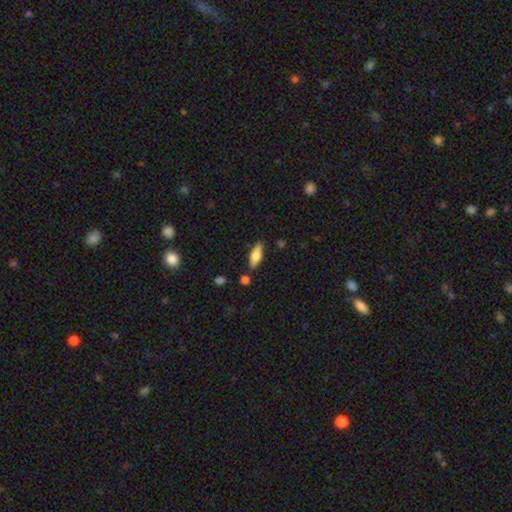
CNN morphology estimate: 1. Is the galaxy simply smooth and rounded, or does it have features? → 54% smooth, 39% featured or disk, 7% star or artifact.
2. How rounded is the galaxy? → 49% in between, 48% cigar-shaped, 3% round.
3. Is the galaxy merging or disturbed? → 82% none, 11% minor disturbance, 4% merger, 3% major disturbance.